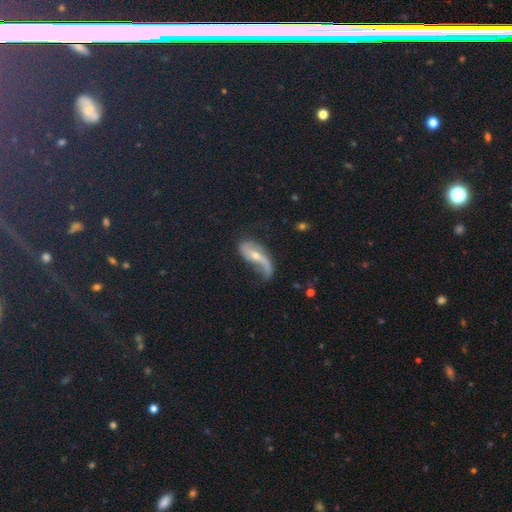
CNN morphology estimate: Smooth or featured?
  - featured or disk: 75% *
  - smooth: 17%
  - star or artifact: 8%
Edge-on disk?
  - no: 92% *
  - yes: 8%
Bar?
  - no: 48% *
  - weak: 32%
  - strong: 20%
Spiral arms?
  - yes: 88% *
  - no: 12%
Spiral winding?
  - loose: 80% *
  - medium: 14%
  - tight: 6%
Spiral arm count?
  - 2: 69% *
  - 1: 24%
  - can't tell: 4%
  - 3: 1%
  - 4: 1%
  - more than 4: 1%
Bulge size?
  - moderate: 47% *
  - small: 46%
  - none: 3%
  - large: 2%
  - dominant: 1%
Merging?
  - none: 42% *
  - major disturbance: 28%
  - minor disturbance: 26%
  - merger: 5%